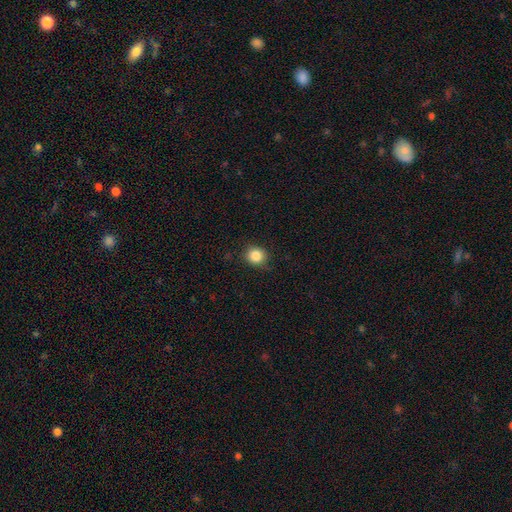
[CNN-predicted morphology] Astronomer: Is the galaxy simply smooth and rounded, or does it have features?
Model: smooth — 85%.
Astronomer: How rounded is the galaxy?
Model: round — 86%.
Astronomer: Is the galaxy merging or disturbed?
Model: none — 84%.